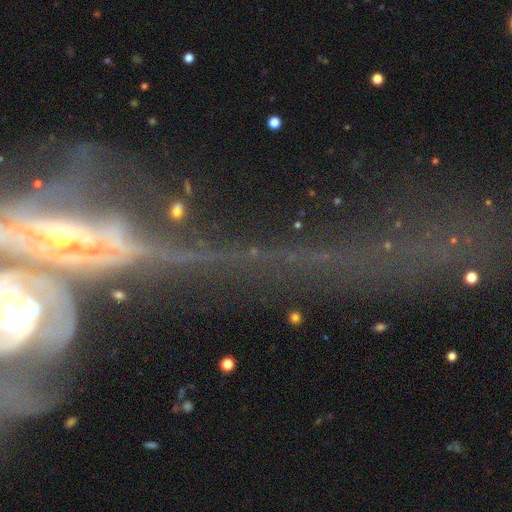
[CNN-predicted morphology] featured or disk 73%, star or artifact 15%, smooth 12%. Down the decision tree: edge-on disk — no (69%); bar — no (62%); spiral arms — yes (60%); bulge size — moderate (45%); merging — merger (58%).